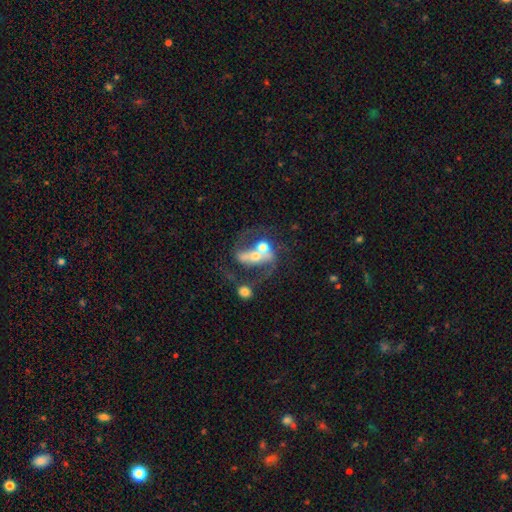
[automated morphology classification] Q: Smooth or featured?
A: featured or disk (64%); runner-up: smooth (26%)
Q: Edge-on disk?
A: no (94%); runner-up: yes (6%)
Q: Bar?
A: no (48%); runner-up: strong (28%)
Q: Spiral arms?
A: yes (67%); runner-up: no (33%)
Q: Bulge size?
A: moderate (54%); runner-up: small (25%)
Q: Merging?
A: merger (52%); runner-up: none (23%)